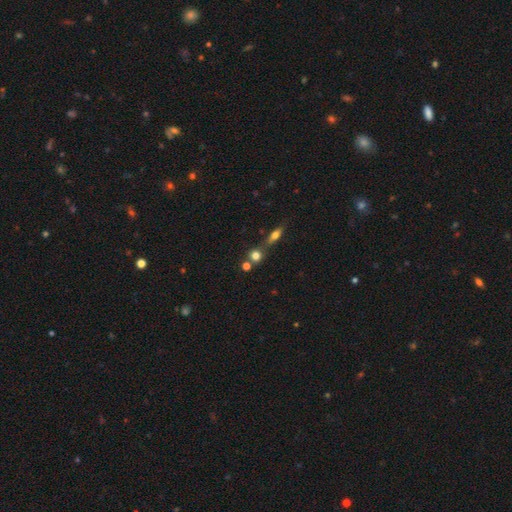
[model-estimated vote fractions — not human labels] This is likely a smooth galaxy (72%). How rounded: clearly round (83%). Merging: possibly none (58%).